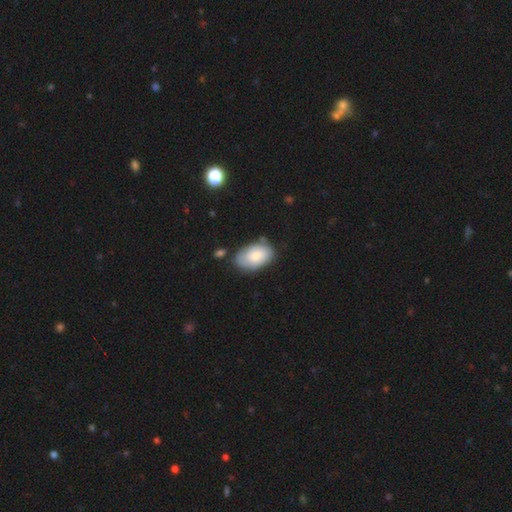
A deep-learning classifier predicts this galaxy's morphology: smooth_or_featured: smooth (p=0.81) [alt: featured or disk p=0.13]
how_rounded: in between (p=0.93) [alt: round p=0.06]
merging: none (p=0.64) [alt: minor disturbance p=0.24]